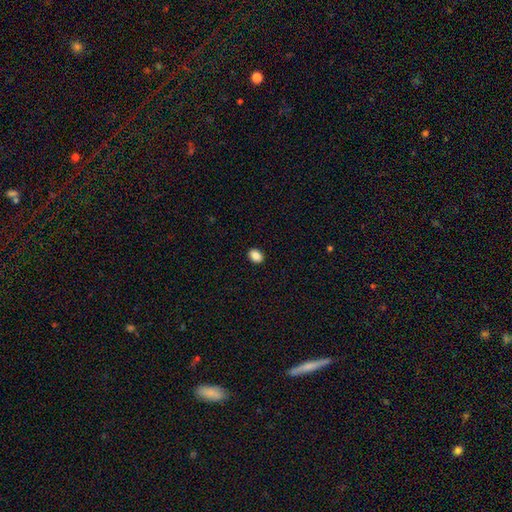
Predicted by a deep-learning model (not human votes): Morphology: type=smooth (87%); roundness=in between (72%); merging=none (91%).